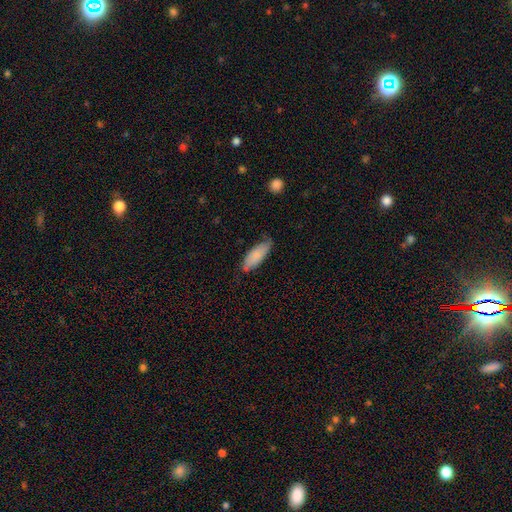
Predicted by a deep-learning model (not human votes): Smooth or featured?
  - smooth: 83% *
  - featured or disk: 11%
  - star or artifact: 6%
How rounded?
  - in between: 68% *
  - cigar-shaped: 30%
  - round: 2%
Merging?
  - none: 69% *
  - minor disturbance: 25%
  - major disturbance: 4%
  - merger: 2%